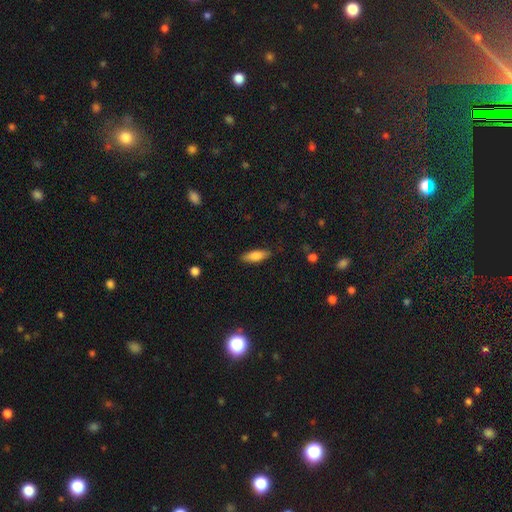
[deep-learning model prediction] This appears to be a smooth galaxy with no disk features (78%) that is in between round and cigar-shaped (61%). Merging: none (85%).